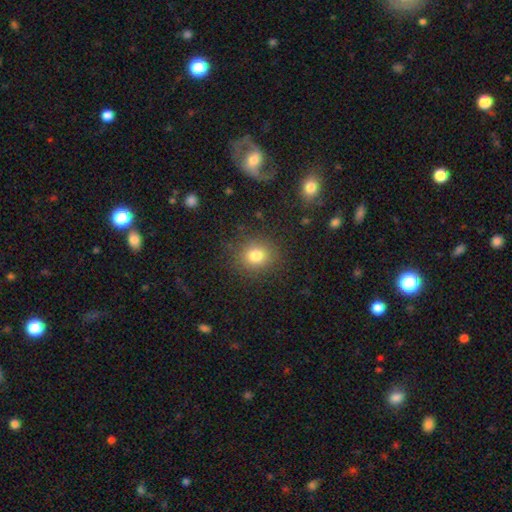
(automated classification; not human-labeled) The model was most divided on "how rounded": round: 80%, in between: 19%, cigar-shaped: 1%. More confident: merging — none (85%); smooth or featured — smooth (79%).